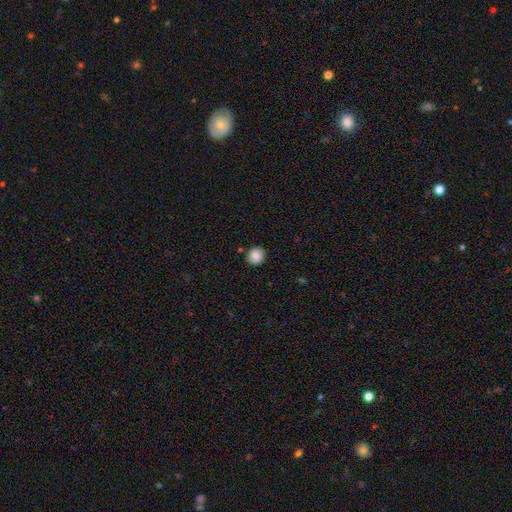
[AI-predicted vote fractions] Overall: smooth (80%). How rounded: round (82%). Merging: none (85%).